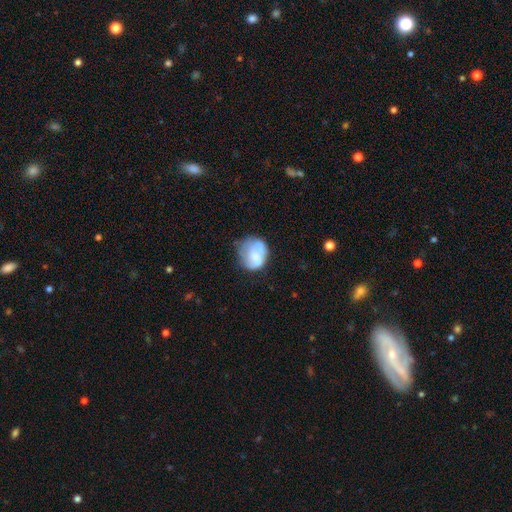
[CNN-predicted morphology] A smooth galaxy with no disk features (54%) that is round (70%). Merging: none (41%).